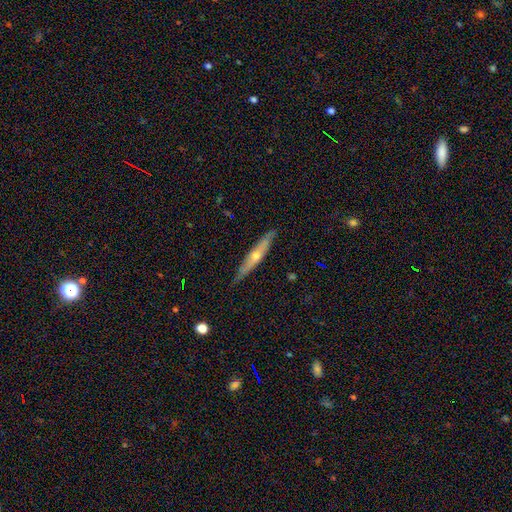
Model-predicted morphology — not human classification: This appears to be a featured or disk galaxy (63%) viewed edge-on (90%) with a rounded central bulge (81%). Merging: none (83%).